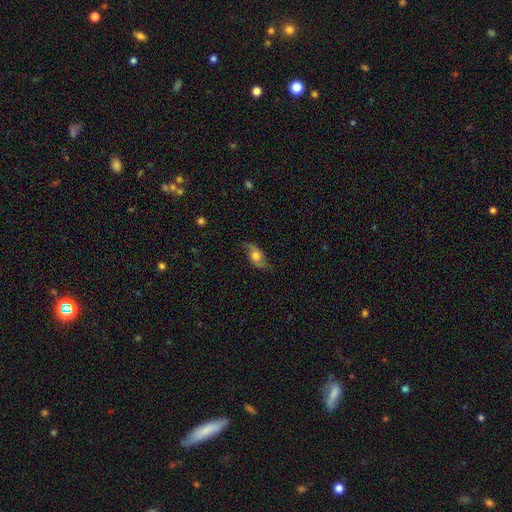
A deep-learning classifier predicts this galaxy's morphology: type=featured or disk (54%); edge-on=no (87%); merging=none (71%).